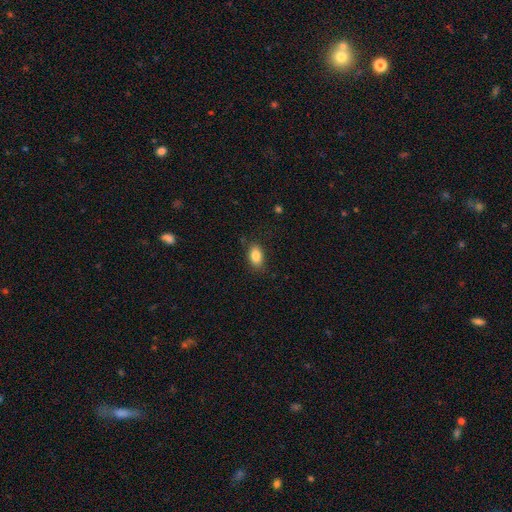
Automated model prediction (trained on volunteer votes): Smooth or featured? Predicted: smooth (p=0.84). How rounded? Predicted: in between (p=0.87). Merging? Predicted: none (p=0.84).